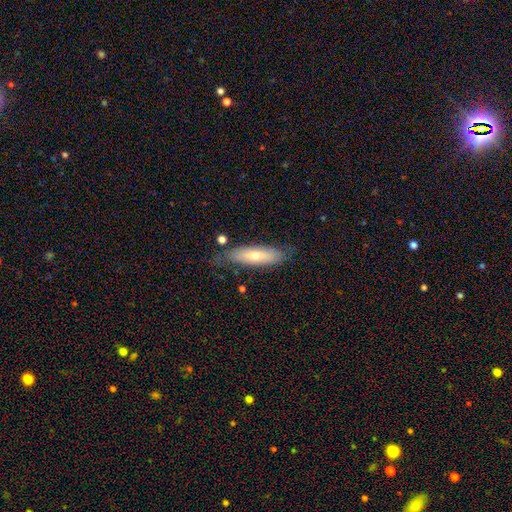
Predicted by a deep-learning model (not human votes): Smooth or featured? smooth (56%)
How rounded? cigar-shaped (57%)
Merging? none (73%)